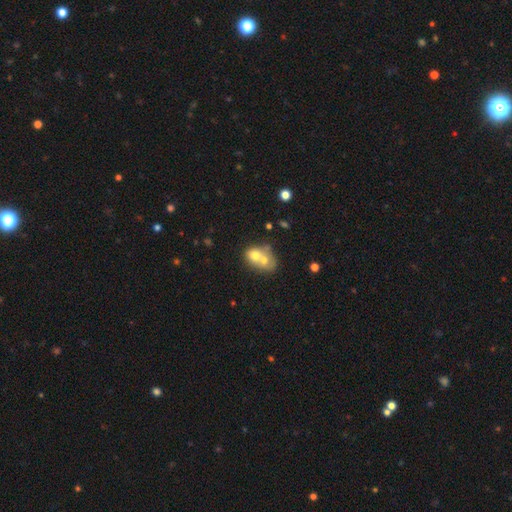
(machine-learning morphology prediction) A smooth galaxy with no disk features (64%) that is in between round and cigar-shaped (54%). Merging: merger (73%).